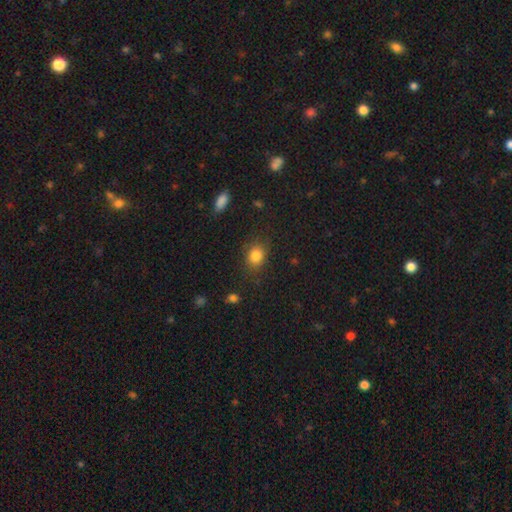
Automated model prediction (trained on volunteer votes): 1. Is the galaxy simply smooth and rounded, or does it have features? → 83% smooth, 11% star or artifact, 6% featured or disk.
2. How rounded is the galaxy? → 50% in between, 49% round, 1% cigar-shaped.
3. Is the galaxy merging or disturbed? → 78% none, 15% minor disturbance, 5% major disturbance, 2% merger.